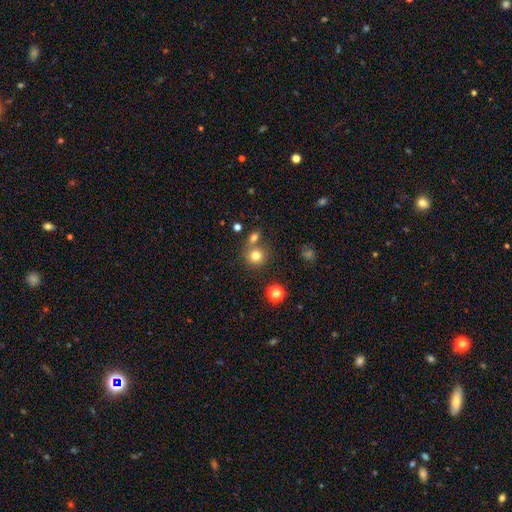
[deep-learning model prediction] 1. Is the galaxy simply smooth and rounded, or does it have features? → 78% smooth, 14% star or artifact, 8% featured or disk.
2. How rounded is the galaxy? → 89% round, 11% in between, 1% cigar-shaped.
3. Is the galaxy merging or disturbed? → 64% none, 24% merger, 9% minor disturbance, 4% major disturbance.